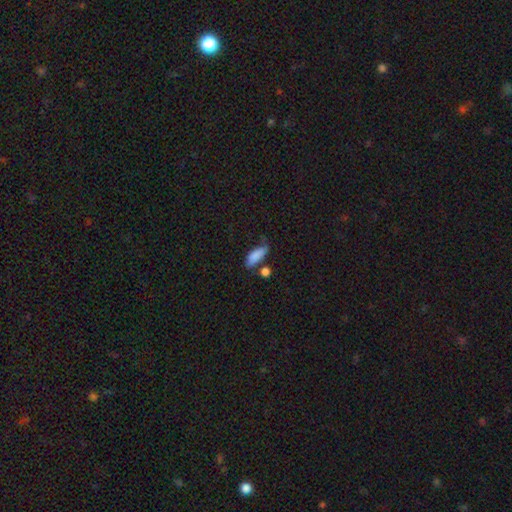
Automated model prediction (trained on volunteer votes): smooth 85%, featured or disk 8%, star or artifact 8%. Down the decision tree: how rounded — in between (73%); merging — none (53%).